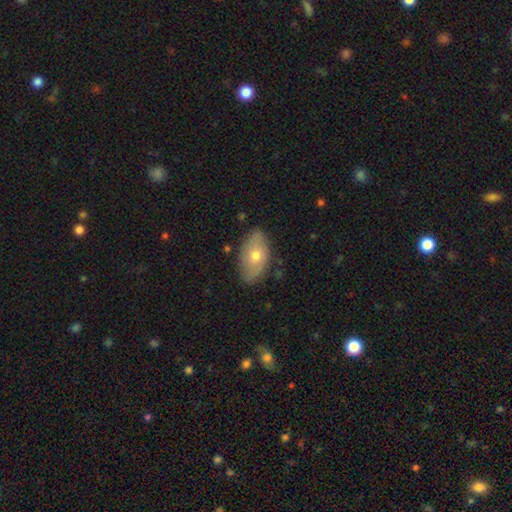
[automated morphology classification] Smooth or featured: smooth — 61% (featured or disk — 33%)
How rounded: in between — 92% (round — 6%)
Merging: none — 80% (minor disturbance — 16%)